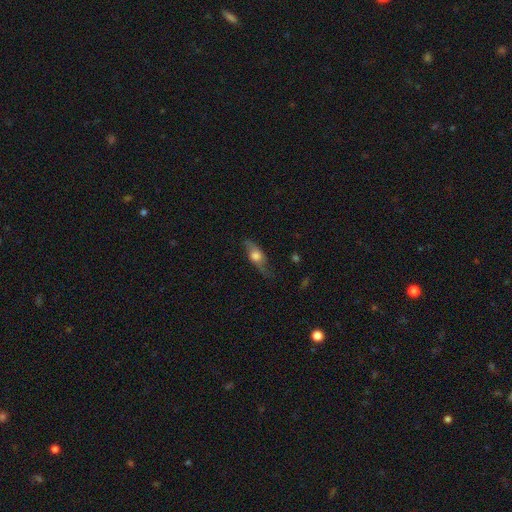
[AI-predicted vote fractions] Morphology: type=featured or disk (51%); edge-on=yes (52%); merging=none (67%).